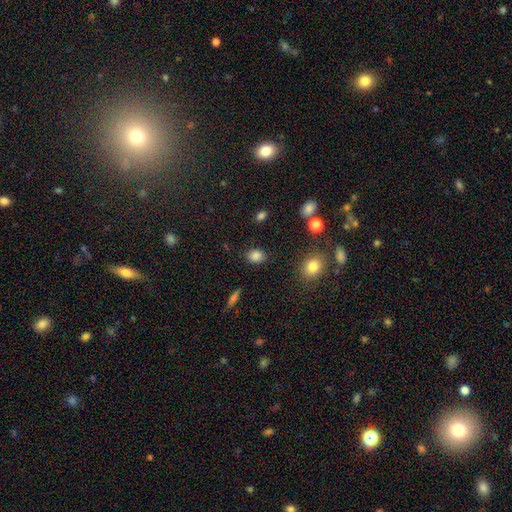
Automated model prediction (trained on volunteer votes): Overall: smooth (84%). How rounded: in between (62%; round 37%). Merging: none (85%).